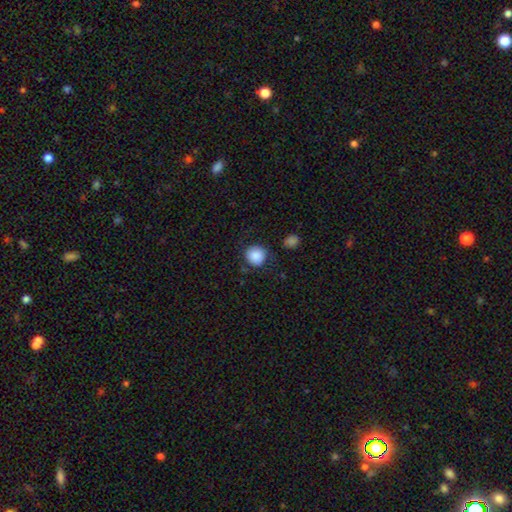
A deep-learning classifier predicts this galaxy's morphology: This is clearly a smooth galaxy (87%). How rounded: clearly round (91%). Merging: clearly none (80%).